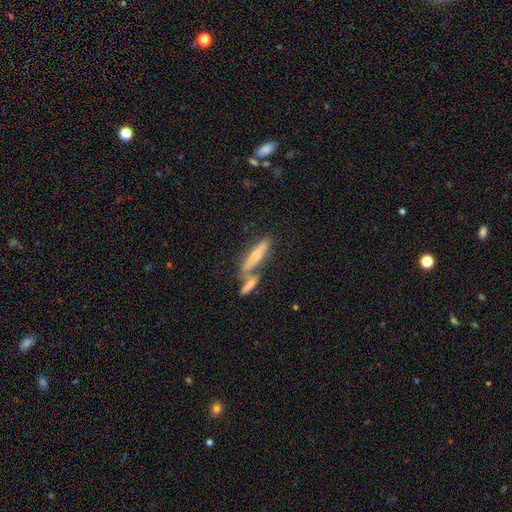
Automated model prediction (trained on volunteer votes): Smooth or featured? Predicted: featured or disk (p=0.55). Edge-on disk? Predicted: yes (p=0.83). Merging? Predicted: none (p=0.49).